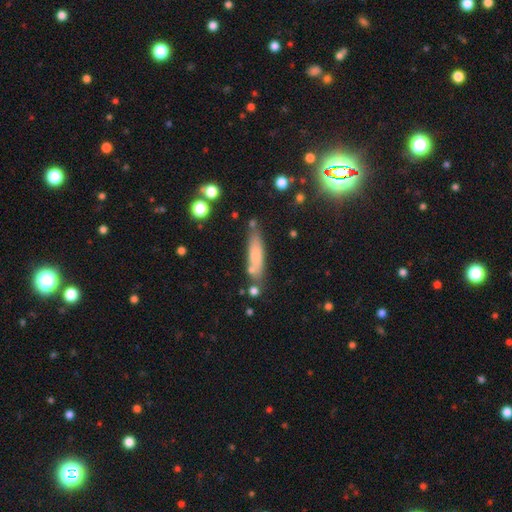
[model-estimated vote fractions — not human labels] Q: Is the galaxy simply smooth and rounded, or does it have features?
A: smooth — 74%.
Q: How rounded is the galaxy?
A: cigar-shaped — 73%.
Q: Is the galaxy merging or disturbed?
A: none — 70%.